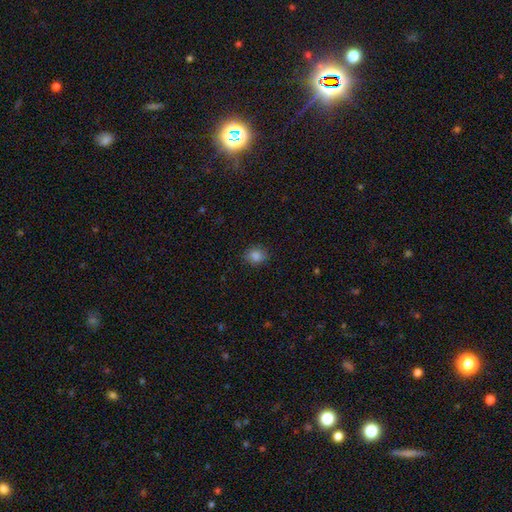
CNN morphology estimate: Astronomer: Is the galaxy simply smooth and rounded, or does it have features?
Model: smooth — 84%.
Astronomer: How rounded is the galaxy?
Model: round — 64%.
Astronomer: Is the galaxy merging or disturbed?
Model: none — 85%.